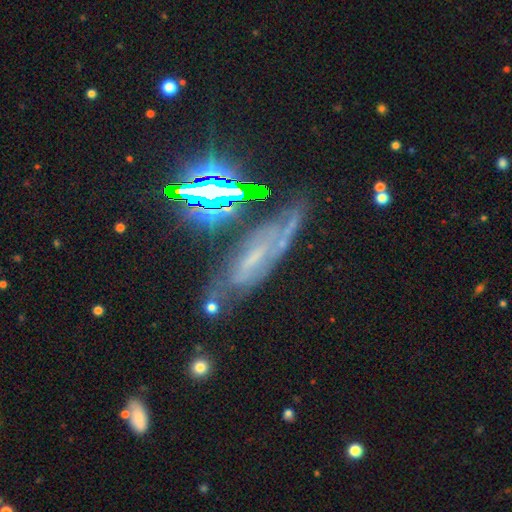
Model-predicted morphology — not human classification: This is likely a featured or disk galaxy (65%). It is likely not viewed edge-on (74%). Merging: likely none (62%).